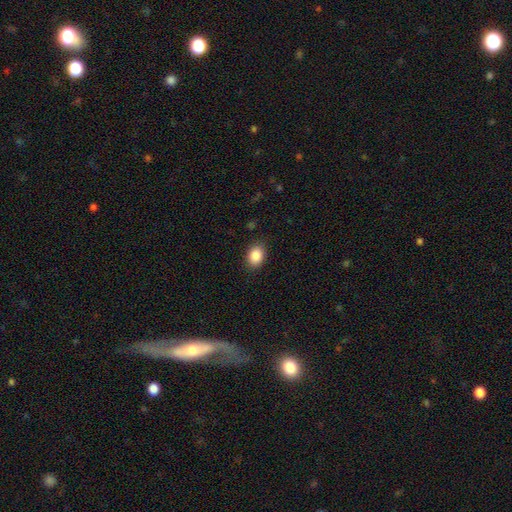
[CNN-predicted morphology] Smooth or featured? smooth (87%)
How rounded? in between (66%)
Merging? none (87%)